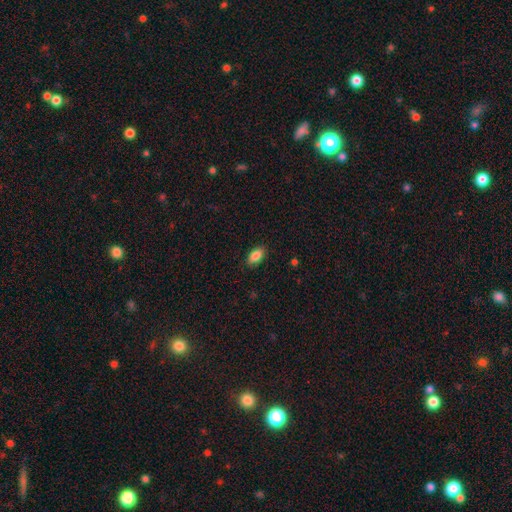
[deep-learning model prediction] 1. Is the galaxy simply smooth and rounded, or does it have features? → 87% smooth, 8% star or artifact, 6% featured or disk.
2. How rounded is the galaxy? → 91% in between, 5% round, 4% cigar-shaped.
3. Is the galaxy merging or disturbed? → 87% none, 10% minor disturbance, 2% major disturbance, 1% merger.